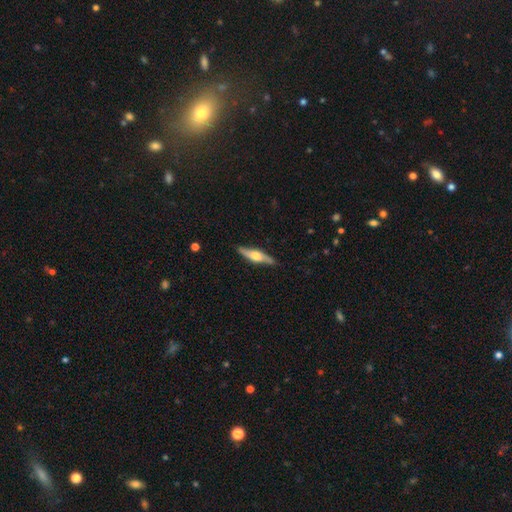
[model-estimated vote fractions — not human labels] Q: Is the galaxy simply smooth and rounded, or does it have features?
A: featured or disk — 62%.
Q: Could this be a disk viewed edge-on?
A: yes — 86%.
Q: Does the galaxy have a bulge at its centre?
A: rounded — 92%.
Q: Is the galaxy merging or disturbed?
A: none — 86%.